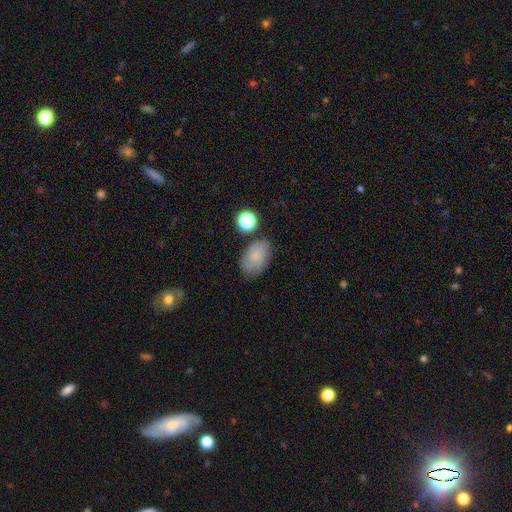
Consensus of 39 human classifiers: This appears to be a smooth galaxy with no disk features (77%) that is in between round and cigar-shaped (93%). Merging: none (61%).